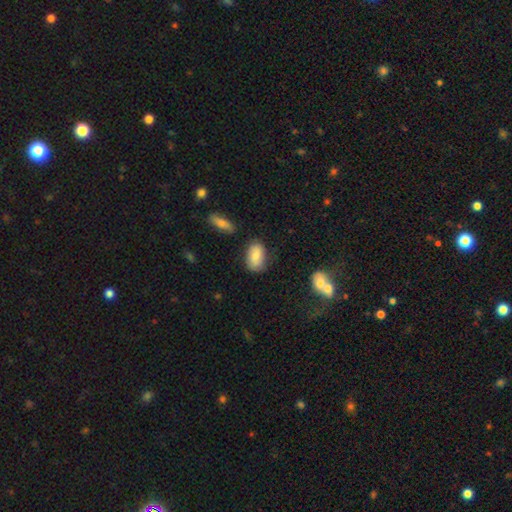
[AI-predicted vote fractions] This is likely a smooth galaxy (79%). How rounded: clearly in between (91%). Merging: likely none (70%).